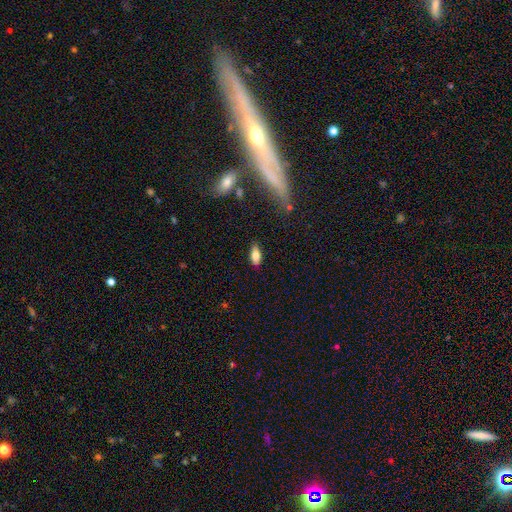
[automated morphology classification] smooth-or-featured: smooth: 77% | featured or disk: 16% | star or artifact: 8%
  how-rounded: in between: 81% | cigar-shaped: 16% | round: 3%
  merging: none: 85% | minor disturbance: 11% | major disturbance: 3% | merger: 2%